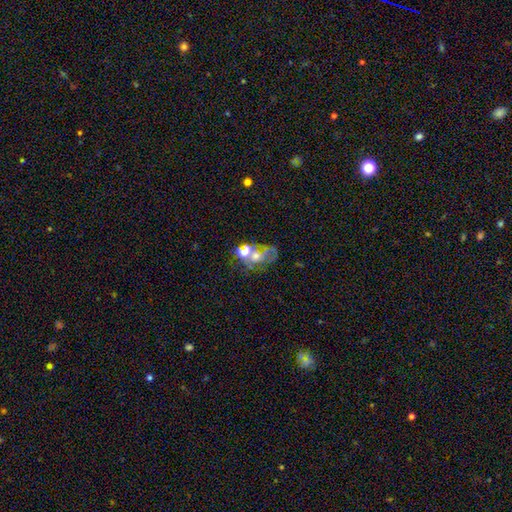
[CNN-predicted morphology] smooth-or-featured: featured or disk: 48% | star or artifact: 26% | smooth: 26%
  merging: none: 38% | merger: 26% | major disturbance: 19% | minor disturbance: 16%